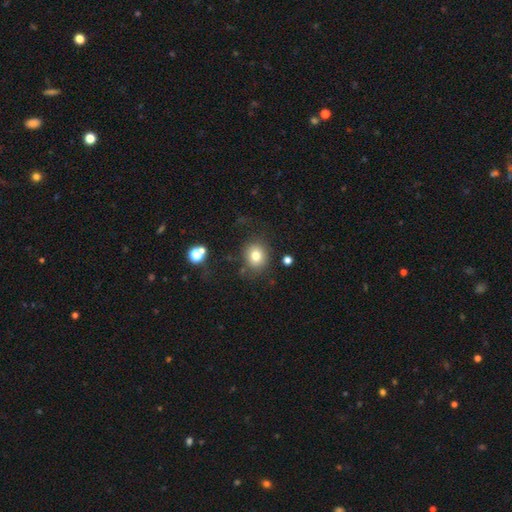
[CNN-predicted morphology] A smooth galaxy with no disk features (78%) that is round (73%). Merging: none (77%).